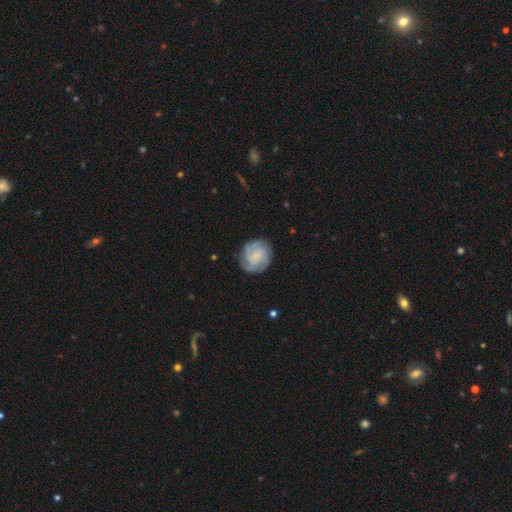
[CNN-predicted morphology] Smooth or featured: featured or disk — 68% (smooth — 25%)
Edge-on disk: no — 98% (yes — 2%)
Bar: no — 67% (weak — 28%)
Spiral arms: yes — 94% (no — 6%)
Spiral winding: tight — 61% (medium — 31%)
Spiral arm count: 3 — 35% (can't tell — 23%)
Bulge size: none — 42% (small — 39%)
Merging: none — 79% (minor disturbance — 14%)